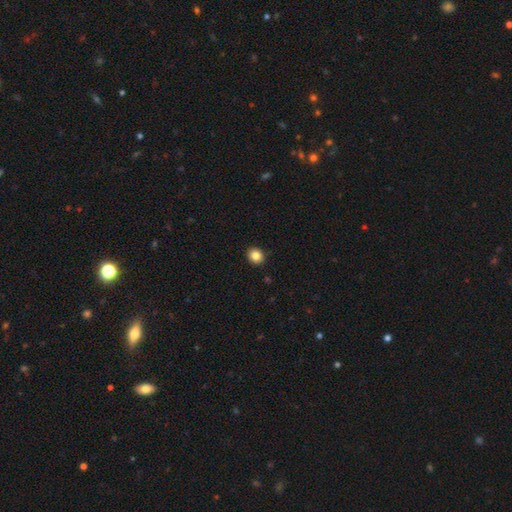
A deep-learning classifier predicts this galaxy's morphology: This appears to be a smooth galaxy with no disk features (85%) that is round (80%). Merging: none (92%).